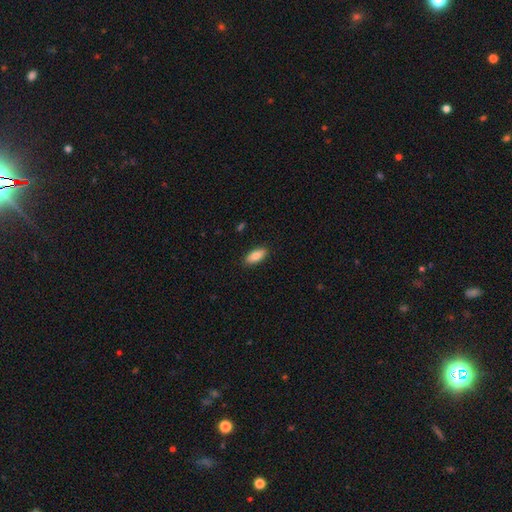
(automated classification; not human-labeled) Morphology: type=smooth (85%); roundness=in between (83%); merging=none (89%).